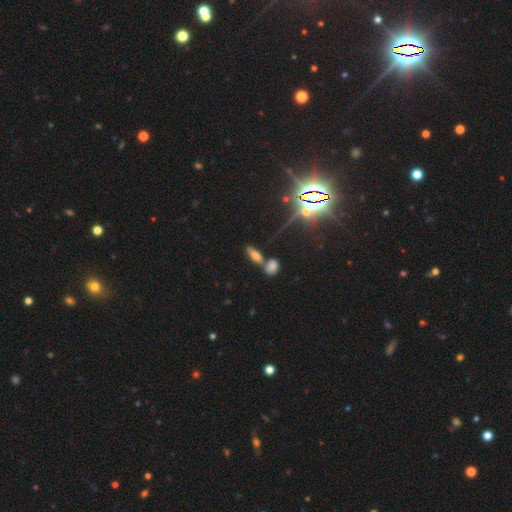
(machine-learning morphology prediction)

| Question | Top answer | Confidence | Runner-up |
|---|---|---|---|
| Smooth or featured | smooth | 60% | star or artifact (20%) |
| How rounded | in between | 61% | cigar-shaped (33%) |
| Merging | none | 50% | merger (35%) |